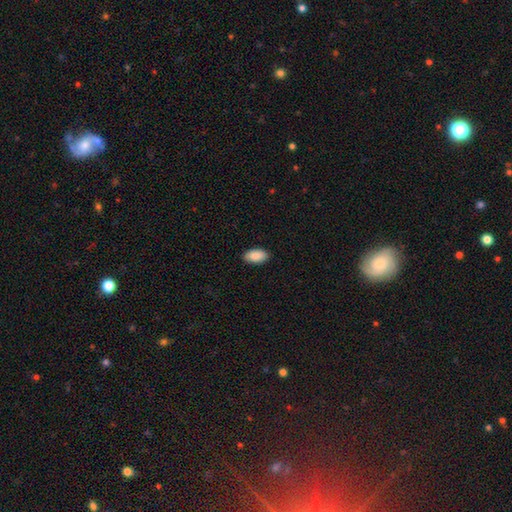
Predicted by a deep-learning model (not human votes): smooth_or_featured: smooth (p=0.90) [alt: star or artifact p=0.06]
how_rounded: in between (p=0.95) [alt: round p=0.03]
merging: none (p=0.89) [alt: minor disturbance p=0.09]